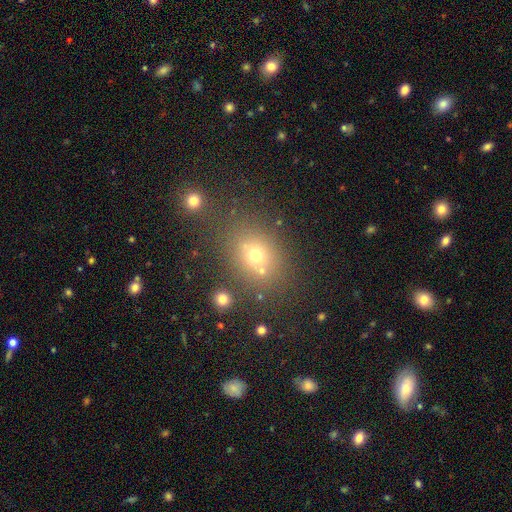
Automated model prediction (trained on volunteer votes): Morphology: type=smooth (66%); roundness=round (50%); merging=none (70%).